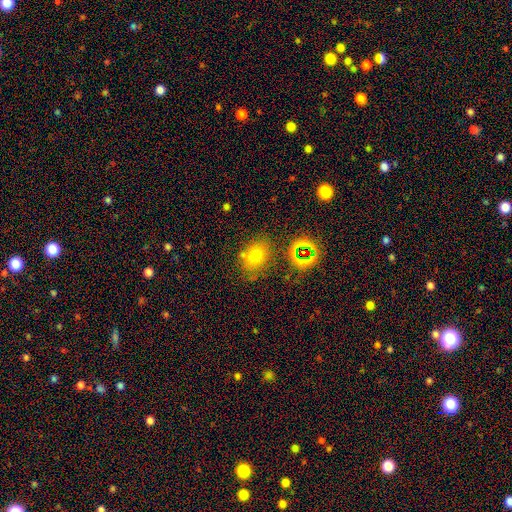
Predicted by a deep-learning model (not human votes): Smooth or featured? Predicted: smooth (p=0.68). How rounded? Predicted: in between (p=0.60). Merging? Predicted: none (p=0.65).